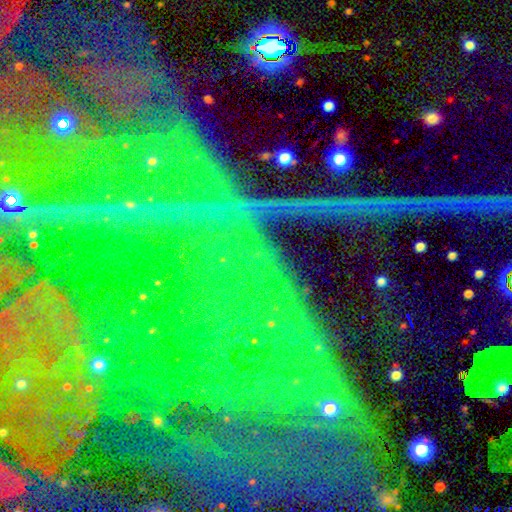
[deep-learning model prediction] Morphology: type=star or artifact (83%).